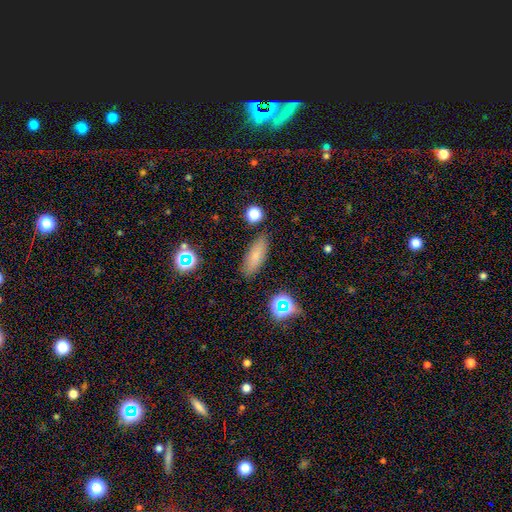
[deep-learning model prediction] Overall: smooth (76%). How rounded: in between (65%; cigar-shaped 32%). Merging: none (85%).